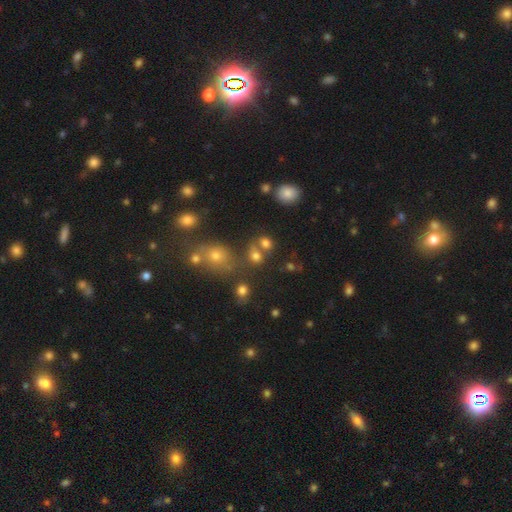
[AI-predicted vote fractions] The model was most divided on "merging": none: 50%, merger: 31%, minor disturbance: 12%, major disturbance: 7%. More confident: smooth or featured — smooth (70%); how rounded — round (65%).